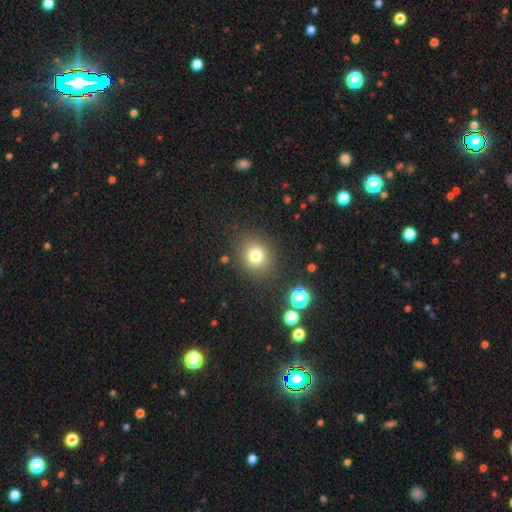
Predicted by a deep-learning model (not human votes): Q: Smooth or featured?
A: smooth (77%); runner-up: star or artifact (14%)
Q: How rounded?
A: round (76%); runner-up: in between (23%)
Q: Merging?
A: none (86%); runner-up: minor disturbance (8%)